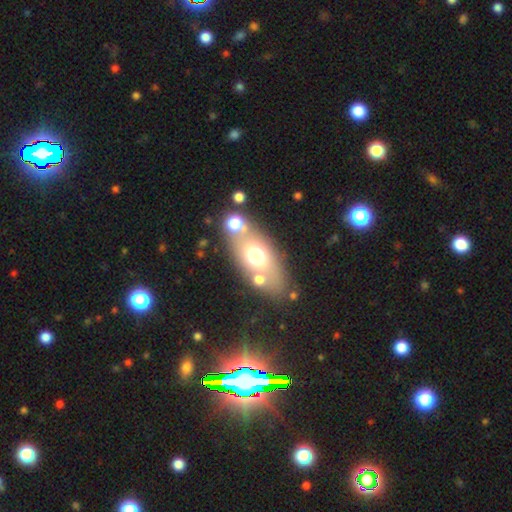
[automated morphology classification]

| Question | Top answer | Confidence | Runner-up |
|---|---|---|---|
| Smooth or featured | smooth | 56% | featured or disk (30%) |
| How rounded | in between | 75% | round (16%) |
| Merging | none | 67% | merger (15%) |